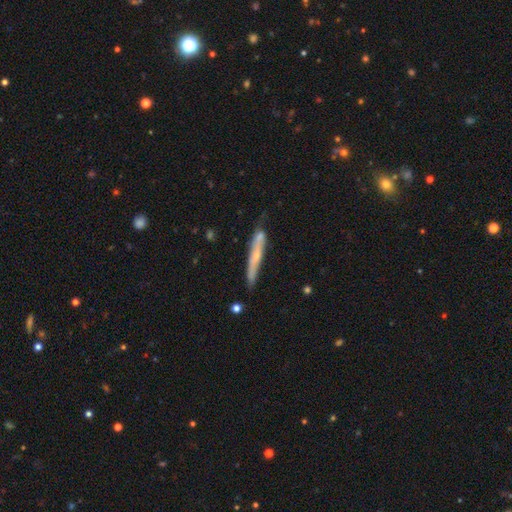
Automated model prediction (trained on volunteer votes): The model was most divided on "smooth or featured": featured or disk: 54%, smooth: 40%, star or artifact: 6%. More confident: edge-on disk — yes (87%); merging — none (69%).